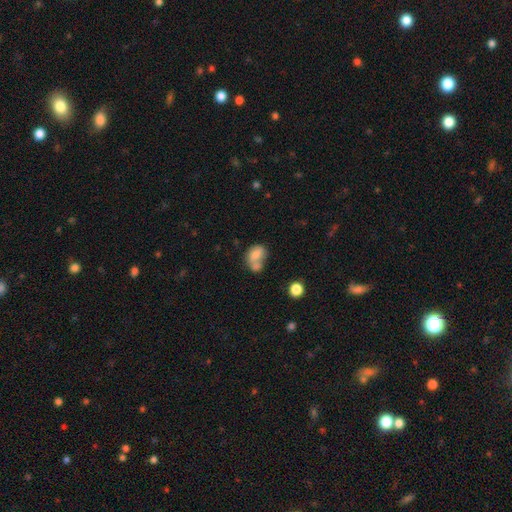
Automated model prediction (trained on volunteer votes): Morphology: type=smooth (75%); roundness=in between (73%); merging=merger (56%).